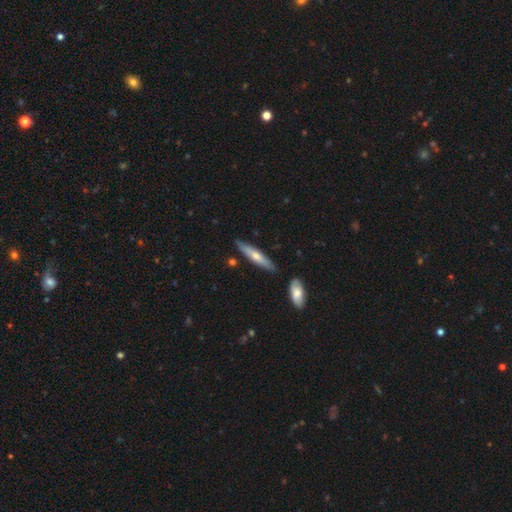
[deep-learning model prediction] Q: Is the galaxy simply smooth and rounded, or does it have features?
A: featured or disk — 49%.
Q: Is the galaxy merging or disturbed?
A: none — 85%.